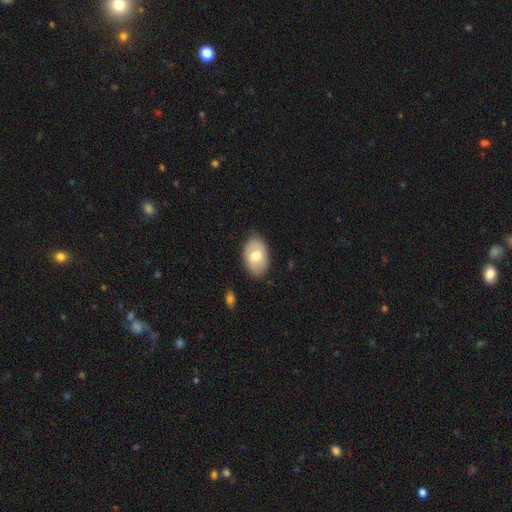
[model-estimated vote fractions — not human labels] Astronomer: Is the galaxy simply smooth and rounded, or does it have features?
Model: smooth — 71%.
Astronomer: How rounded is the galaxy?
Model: in between — 89%.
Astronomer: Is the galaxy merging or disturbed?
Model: none — 83%.